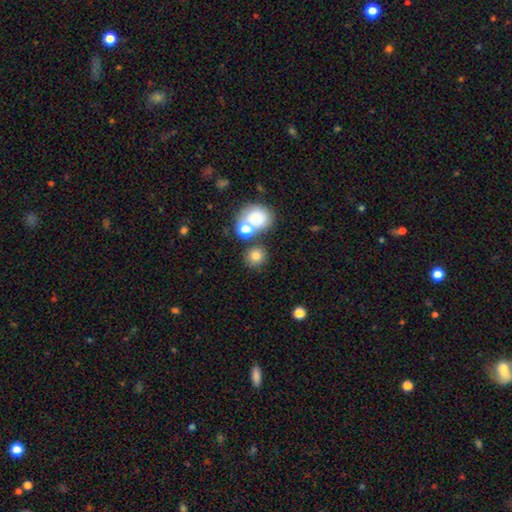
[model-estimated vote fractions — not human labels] smooth-or-featured: smooth: 78% | star or artifact: 13% | featured or disk: 9%
  how-rounded: round: 85% | in between: 14% | cigar-shaped: 1%
  merging: none: 67% | merger: 20% | minor disturbance: 9% | major disturbance: 4%